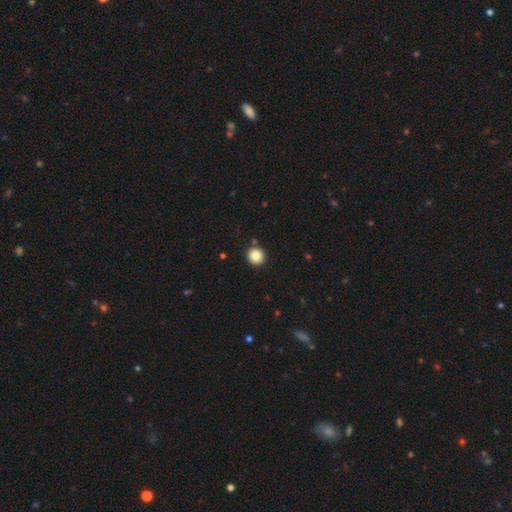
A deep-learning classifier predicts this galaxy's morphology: smooth_or_featured: smooth (p=0.86) [alt: star or artifact p=0.10]
how_rounded: round (p=0.95) [alt: in between p=0.04]
merging: none (p=0.91) [alt: minor disturbance p=0.05]